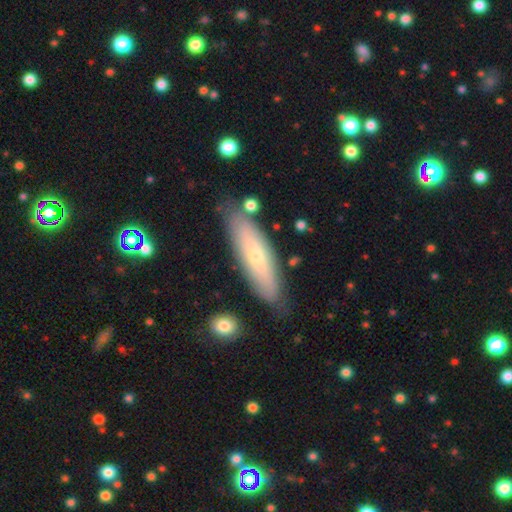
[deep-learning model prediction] This is possibly a smooth galaxy (49%). Merging: likely none (80%).